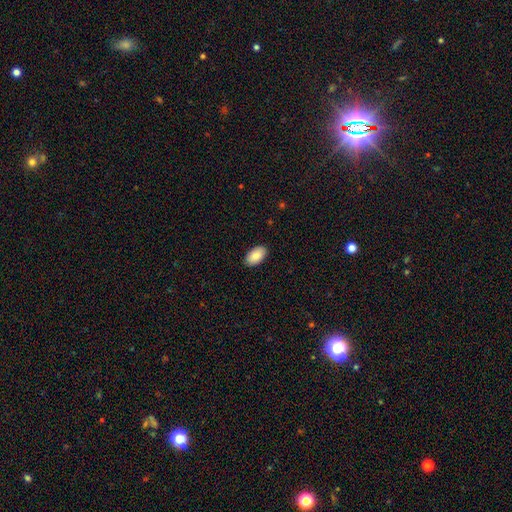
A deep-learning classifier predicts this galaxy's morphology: This appears to be a smooth galaxy with no disk features (87%) that is in between round and cigar-shaped (95%). Merging: none (89%).